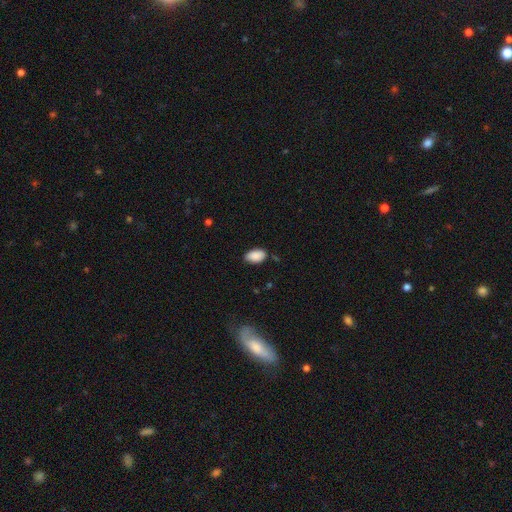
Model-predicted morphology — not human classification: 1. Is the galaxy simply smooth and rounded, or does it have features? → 90% smooth, 7% star or artifact, 3% featured or disk.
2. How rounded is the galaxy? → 94% in between, 5% round, 2% cigar-shaped.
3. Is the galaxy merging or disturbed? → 80% none, 16% minor disturbance, 3% major disturbance, 2% merger.